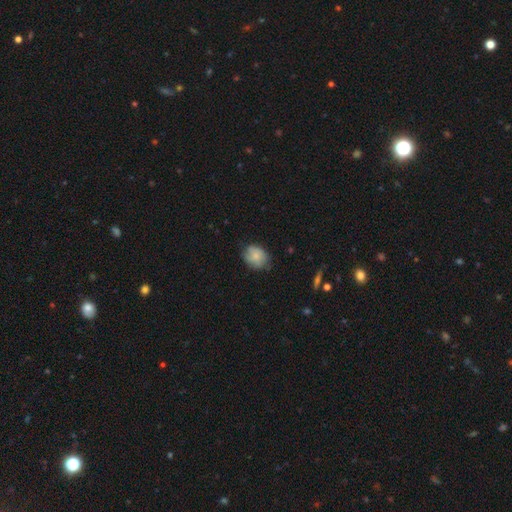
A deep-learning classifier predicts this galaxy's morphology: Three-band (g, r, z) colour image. It shows a smooth galaxy with no disk features (72%) that is round (54%). Merging: none (67%).